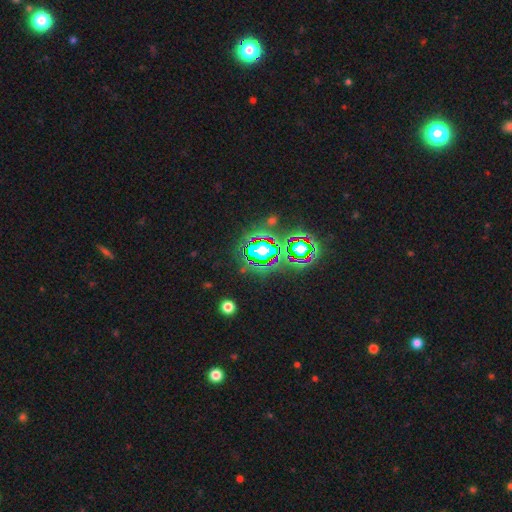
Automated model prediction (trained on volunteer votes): A star or artifact, not a galaxy (79%).

Vote fractions:
- Smooth or featured? star or artifact: 79% / smooth: 12% / featured or disk: 9%